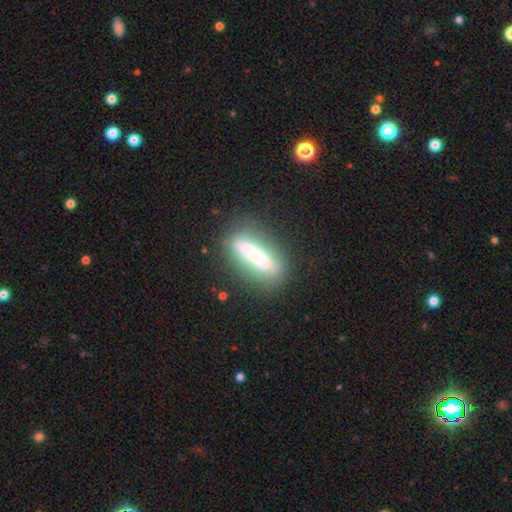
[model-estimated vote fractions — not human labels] Overall: smooth (53%; featured or disk 39%). How rounded: cigar-shaped (69%). Merging: none (75%).